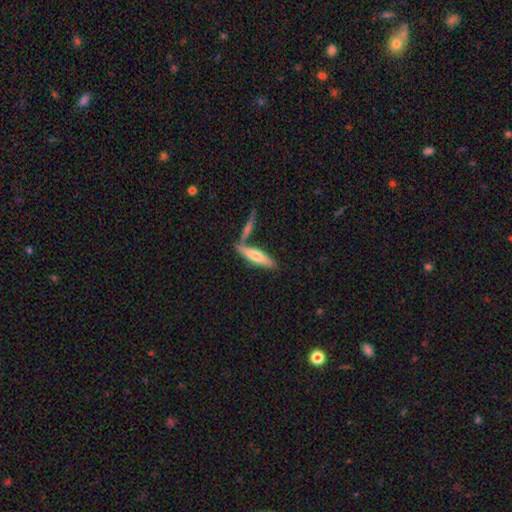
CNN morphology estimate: The model was most divided on "smooth or featured": smooth: 55%, featured or disk: 39%, star or artifact: 6%. More confident: how rounded — cigar-shaped (74%); merging — none (60%).